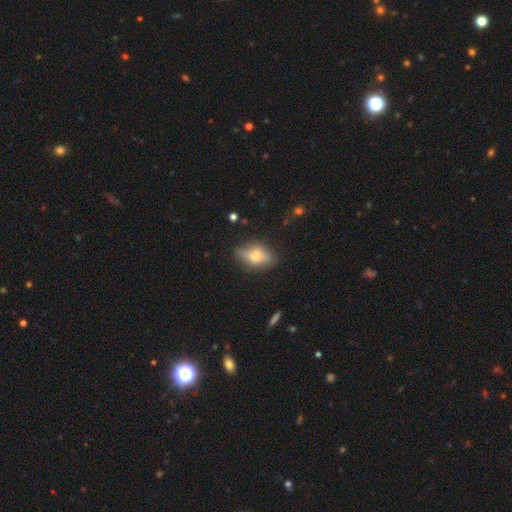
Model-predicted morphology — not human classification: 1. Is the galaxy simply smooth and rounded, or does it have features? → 56% smooth, 36% featured or disk, 8% star or artifact.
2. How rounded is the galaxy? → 80% in between, 10% cigar-shaped, 10% round.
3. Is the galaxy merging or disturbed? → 78% none, 16% minor disturbance, 4% major disturbance, 1% merger.